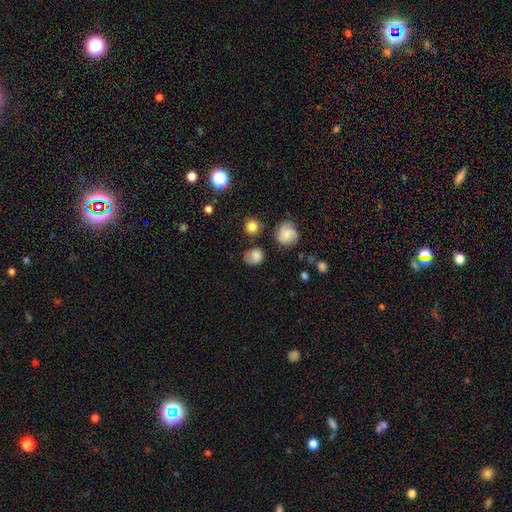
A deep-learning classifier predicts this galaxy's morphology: smooth_or_featured: smooth (p=0.79) [alt: star or artifact p=0.11]
how_rounded: round (p=0.66) [alt: in between p=0.32]
merging: none (p=0.63) [alt: minor disturbance p=0.23]